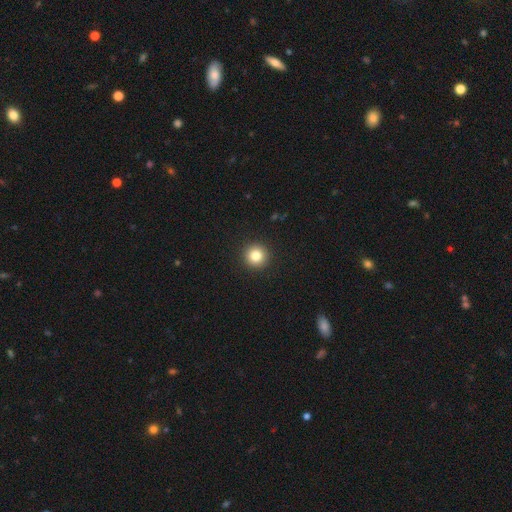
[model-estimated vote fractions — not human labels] Morphology: type=smooth (83%); roundness=round (96%); merging=none (93%).